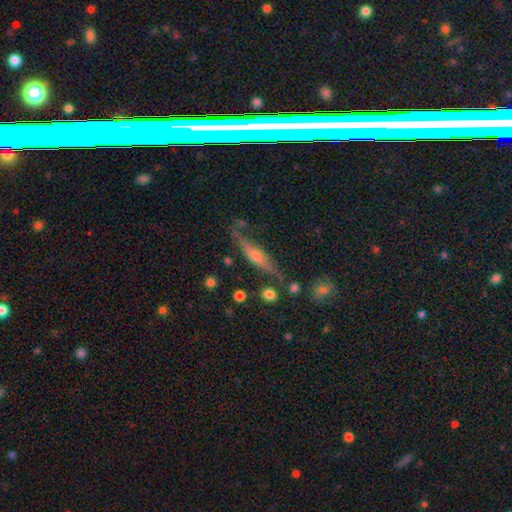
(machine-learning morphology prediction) A featured or disk galaxy (74%) viewed edge-on (87%) with a rounded central bulge (82%).

Vote fractions:
- Smooth or featured? featured or disk: 74% / smooth: 17% / star or artifact: 9%
- Edge-on disk? yes: 87% / no: 13%
- Edge-on bulge? rounded: 82% / boxy: 9% / none: 8%
- Merging? none: 69% / minor disturbance: 19% / major disturbance: 7% / merger: 5%